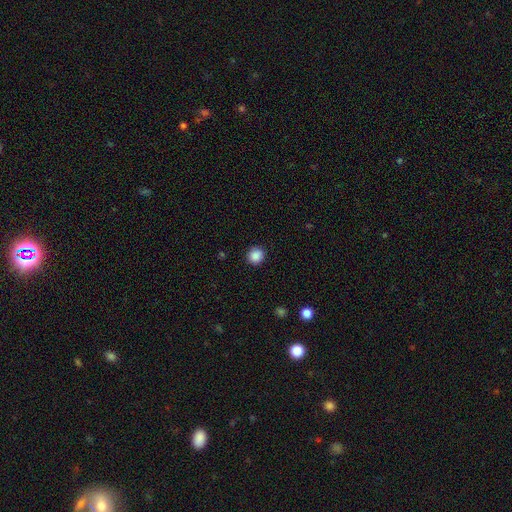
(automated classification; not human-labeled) The model was most divided on "smooth or featured": smooth: 88%, star or artifact: 9%, featured or disk: 3%. More confident: how rounded — round (91%); merging — none (91%).